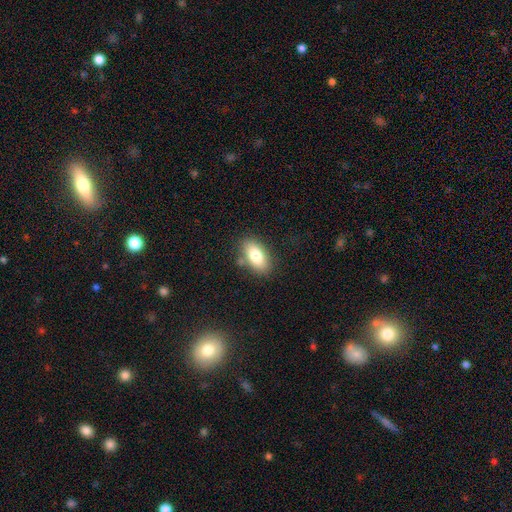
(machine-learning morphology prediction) Overall: smooth (79%). How rounded: in between (91%). Merging: none (79%).